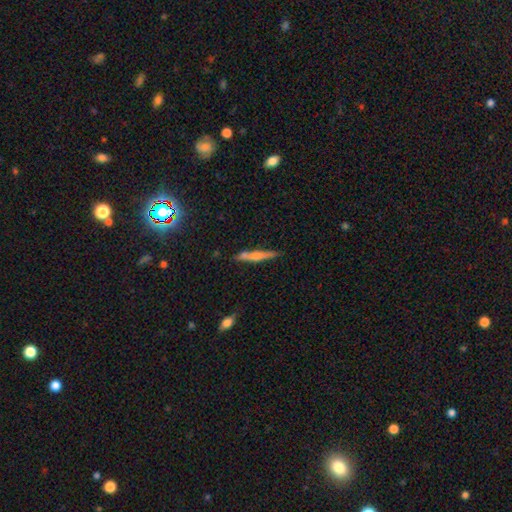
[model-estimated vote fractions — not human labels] This is possibly a smooth galaxy (52%). How rounded: clearly cigar-shaped (92%). Merging: likely none (73%).